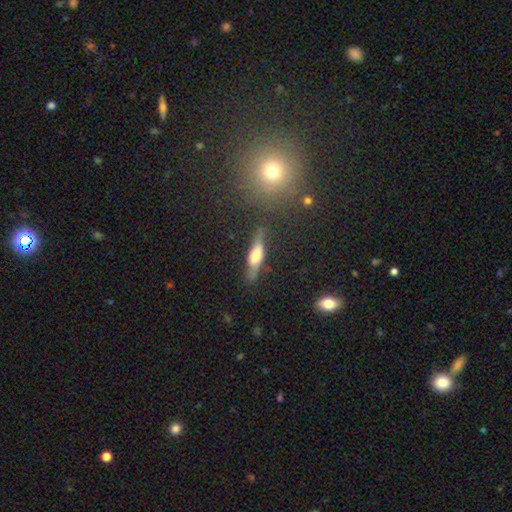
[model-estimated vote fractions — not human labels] featured or disk 52%, smooth 41%, star or artifact 7%. Down the decision tree: edge-on disk — yes (82%); merging — none (76%).